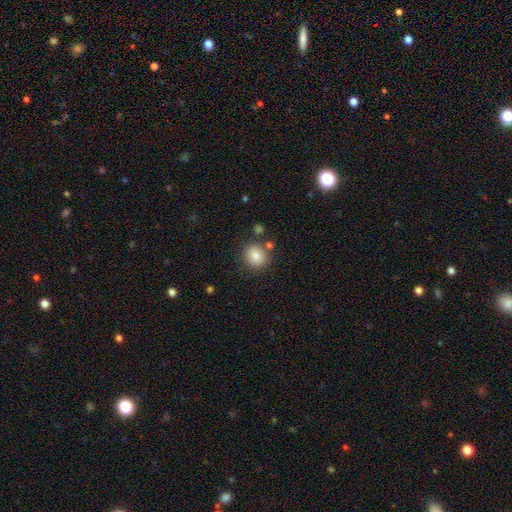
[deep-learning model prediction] This appears to be a smooth galaxy with no disk features (84%) that is round (76%). Merging: none (80%).